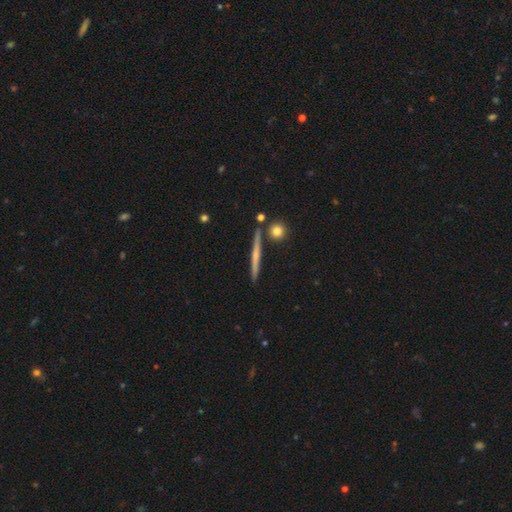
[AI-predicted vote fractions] This is possibly a featured or disk galaxy (54%). It is clearly viewed edge-on (97%). Edge-on bulge: likely none (62%). Merging: clearly none (87%).